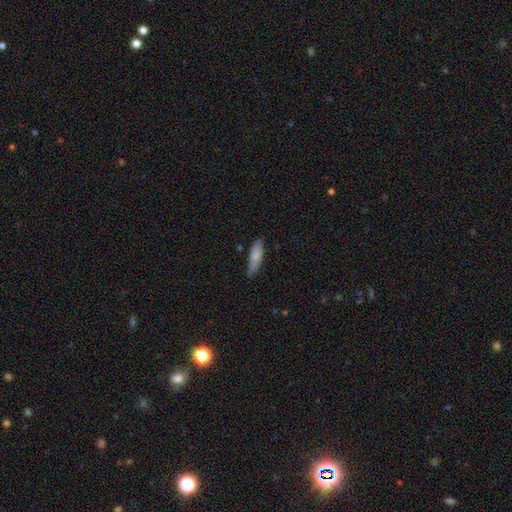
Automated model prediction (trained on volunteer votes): A smooth galaxy with no disk features (76%) that is in between round and cigar-shaped (53%). Merging: none (72%).